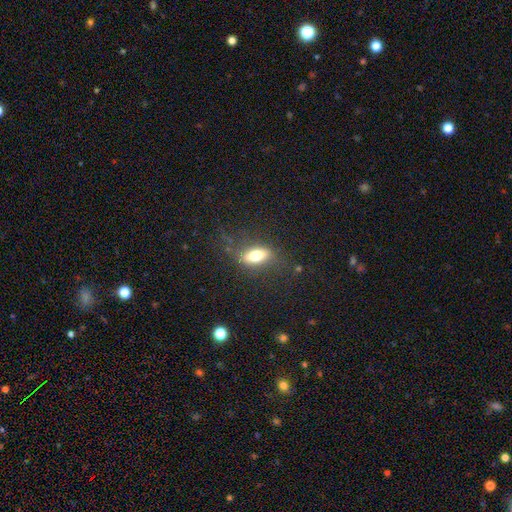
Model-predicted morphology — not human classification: Smooth or featured: smooth — 67% (featured or disk — 23%)
How rounded: in between — 72% (cigar-shaped — 23%)
Merging: none — 73% (minor disturbance — 16%)